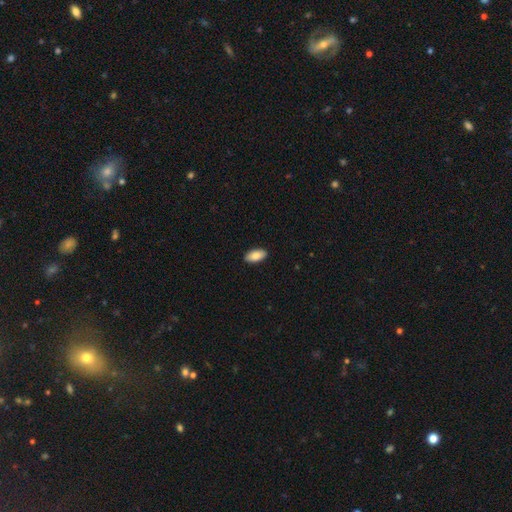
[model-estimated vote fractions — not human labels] This is clearly a smooth galaxy (87%). How rounded: clearly in between (94%). Merging: clearly none (90%).